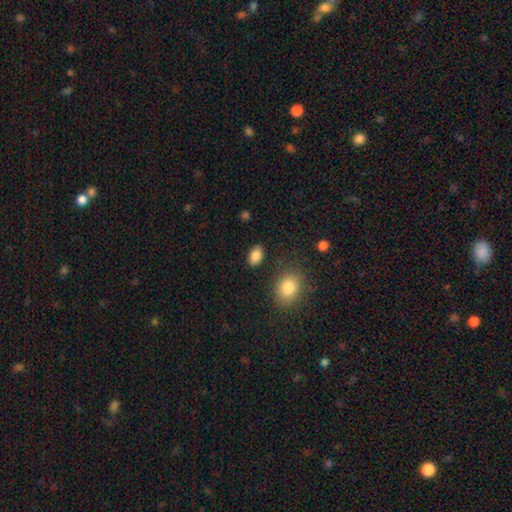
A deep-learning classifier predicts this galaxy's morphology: type=smooth (86%); roundness=in between (87%); merging=none (86%).